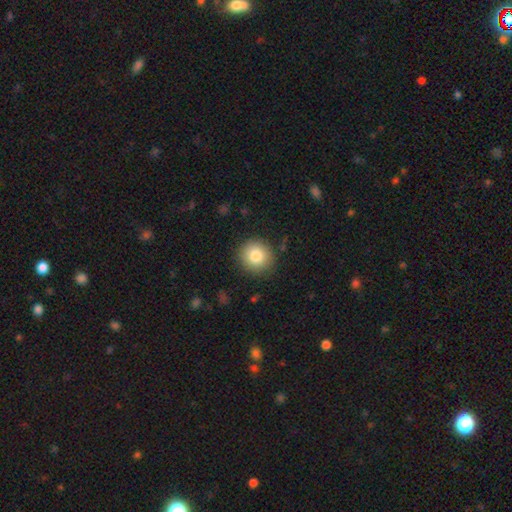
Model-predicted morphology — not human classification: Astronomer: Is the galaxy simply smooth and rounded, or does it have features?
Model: smooth — 83%.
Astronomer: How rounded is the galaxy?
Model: round — 91%.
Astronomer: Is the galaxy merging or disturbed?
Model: none — 88%.